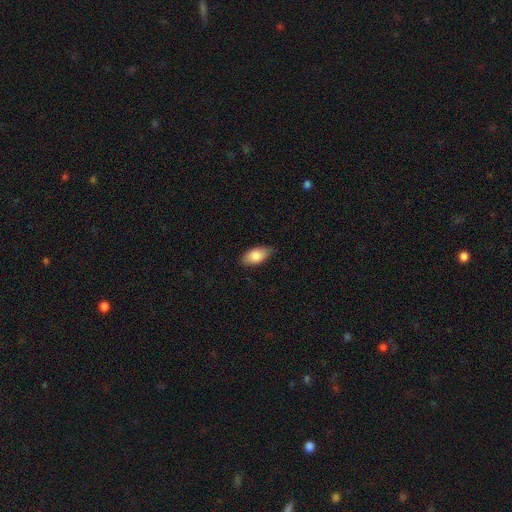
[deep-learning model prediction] This is clearly a smooth galaxy (84%). How rounded: clearly in between (91%). Merging: clearly none (81%).